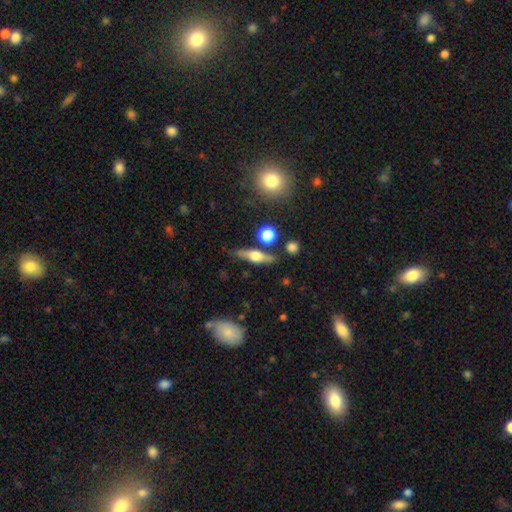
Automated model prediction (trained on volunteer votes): The model was most divided on "smooth or featured": featured or disk: 60%, smooth: 32%, star or artifact: 8%. More confident: edge-on disk — yes (94%); edge-on bulge — rounded (90%); merging — none (80%).